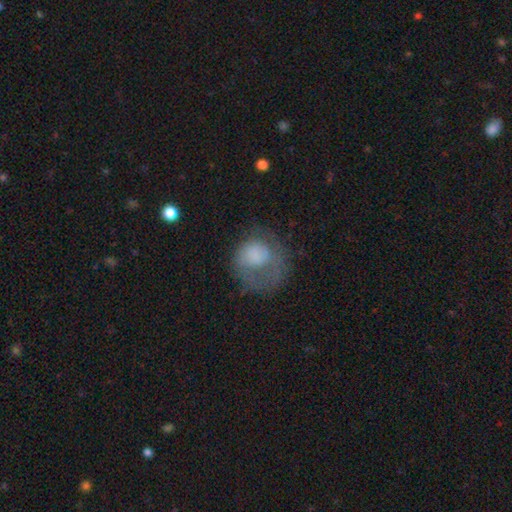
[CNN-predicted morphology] Smooth or featured: smooth — 62% (featured or disk — 28%)
How rounded: round — 70% (in between — 29%)
Merging: major disturbance — 43% (none — 34%)